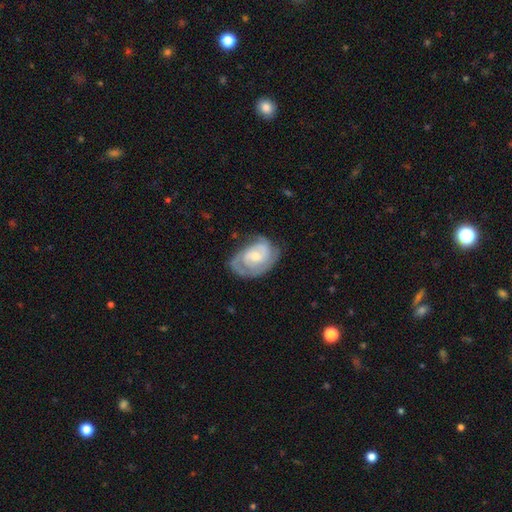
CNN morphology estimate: This is clearly a featured or disk galaxy (82%). It is clearly not viewed edge-on (97%). Bar: likely no (65%). Spiral arm pattern: clearly yes (94%). Spiral arm count: possibly 2 (56%). Spiral winding: likely tight (60%). Central bulge: possibly moderate (46%). Merging: likely none (64%).